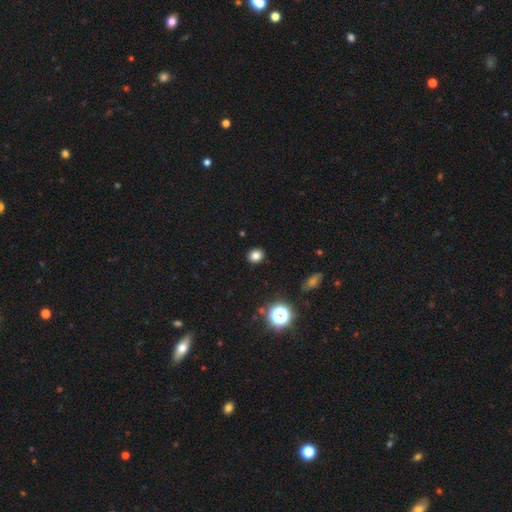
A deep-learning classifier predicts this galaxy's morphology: smooth_or_featured: smooth (p=0.80) [alt: star or artifact p=0.15]
how_rounded: round (p=0.79) [alt: in between p=0.20]
merging: none (p=0.91) [alt: minor disturbance p=0.06]